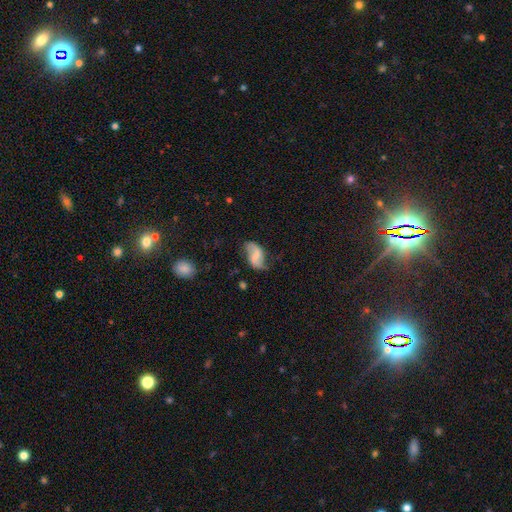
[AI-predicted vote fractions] Smooth or featured? Predicted: featured or disk (p=0.58). Edge-on disk? Predicted: no (p=0.96). Bar? Predicted: weak (p=0.45). Spiral arms? Predicted: yes (p=0.87). Bulge size? Predicted: small (p=0.39). Merging? Predicted: none (p=0.58).